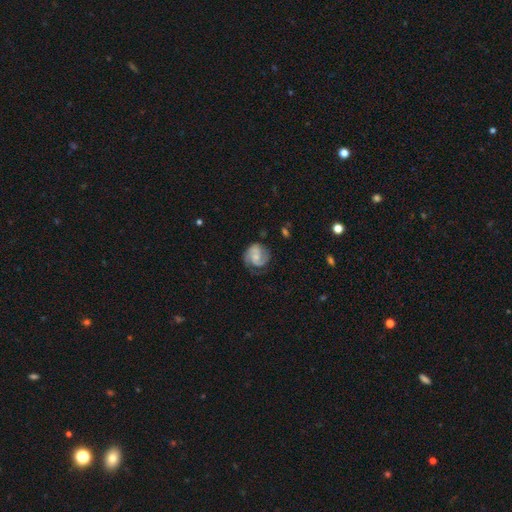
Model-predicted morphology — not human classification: Overall: featured or disk (76%). Edge-on disk: no (98%). Bar: no (56%; weak 37%). Spiral arms: yes (95%). Spiral arm count: 2 (72%). Spiral winding: tight (47%; medium 41%). Bulge size: small (50%; moderate 31%). Merging: none (67%).